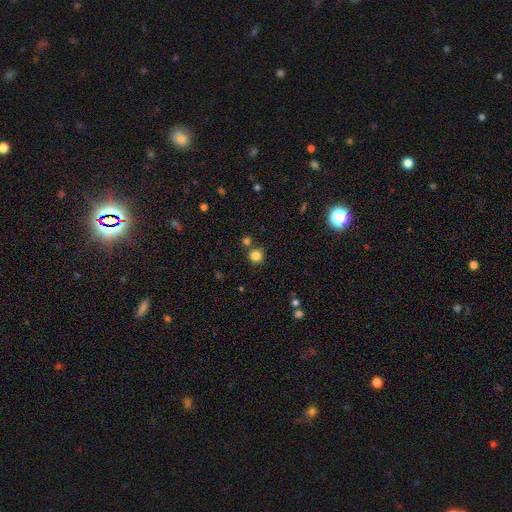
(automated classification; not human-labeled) This is clearly a smooth galaxy (82%). How rounded: clearly round (93%). Merging: likely none (78%).